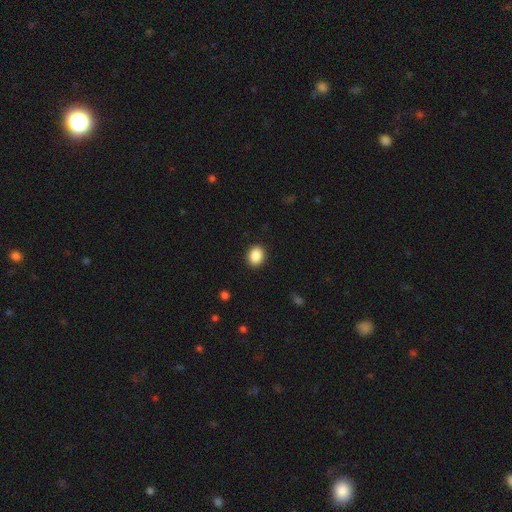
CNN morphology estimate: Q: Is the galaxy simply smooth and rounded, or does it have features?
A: smooth — 89%.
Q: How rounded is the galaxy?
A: in between — 52%.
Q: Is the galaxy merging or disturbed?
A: none — 91%.